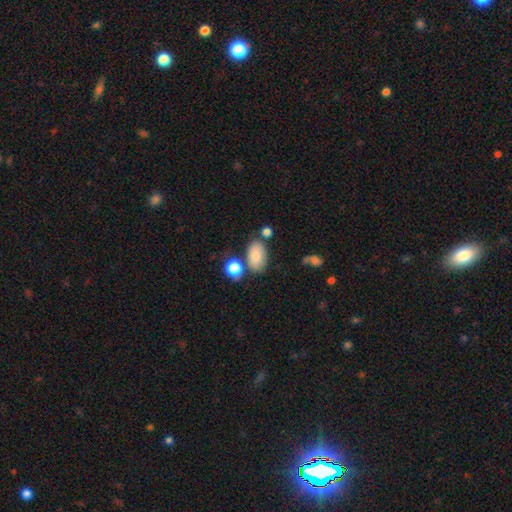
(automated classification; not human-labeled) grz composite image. It shows a smooth galaxy with no disk features (81%) that is in between round and cigar-shaped (91%). Merging: none (67%).